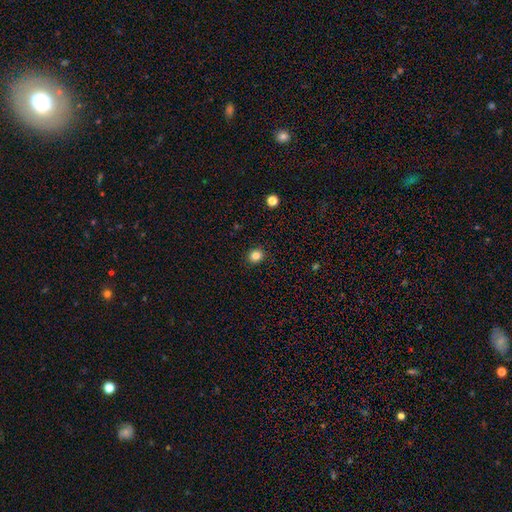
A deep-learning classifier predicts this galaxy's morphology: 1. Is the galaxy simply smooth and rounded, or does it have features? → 84% smooth, 12% star or artifact, 4% featured or disk.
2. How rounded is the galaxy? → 81% round, 18% in between, 1% cigar-shaped.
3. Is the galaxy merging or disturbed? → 92% none, 6% minor disturbance, 2% major disturbance, 1% merger.